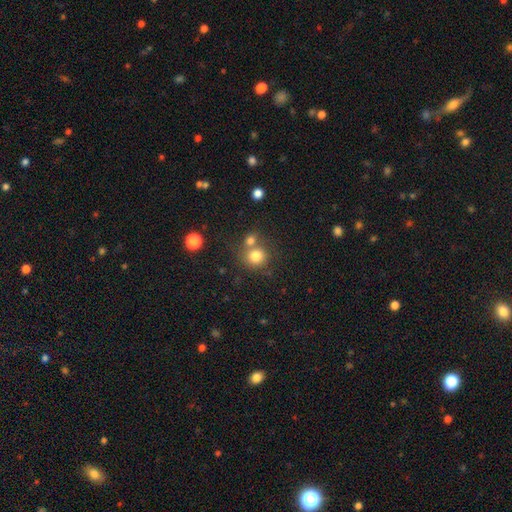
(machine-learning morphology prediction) Smooth or featured: smooth — 79% (star or artifact — 12%)
How rounded: round — 86% (in between — 13%)
Merging: none — 54% (merger — 34%)